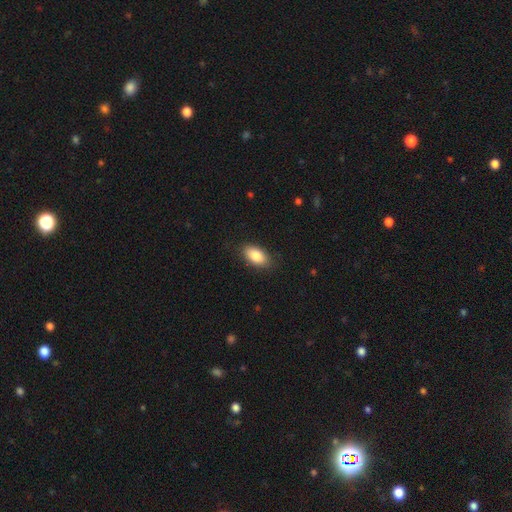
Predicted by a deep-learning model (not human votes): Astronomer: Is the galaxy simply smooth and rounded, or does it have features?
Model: smooth — 86%.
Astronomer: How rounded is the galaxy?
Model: in between — 93%.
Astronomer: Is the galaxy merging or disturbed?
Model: none — 85%.